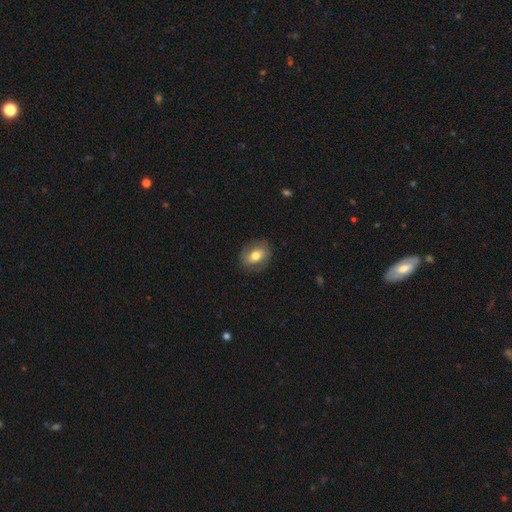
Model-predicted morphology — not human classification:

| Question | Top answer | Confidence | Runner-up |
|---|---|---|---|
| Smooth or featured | smooth | 66% | featured or disk (26%) |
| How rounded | in between | 60% | round (38%) |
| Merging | none | 82% | minor disturbance (13%) |